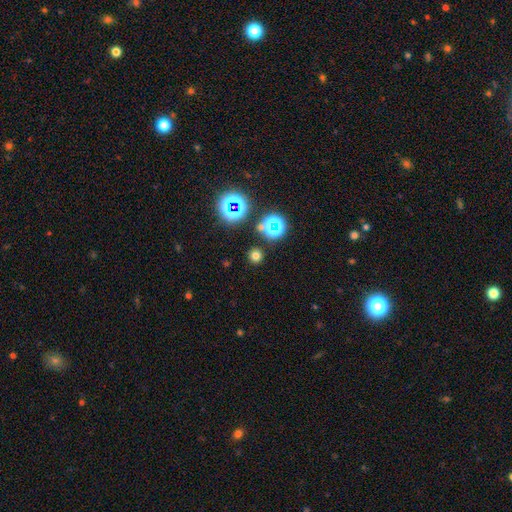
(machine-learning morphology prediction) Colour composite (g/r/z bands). It shows a smooth galaxy with no disk features (67%) that is round (93%). Merging: none (89%).